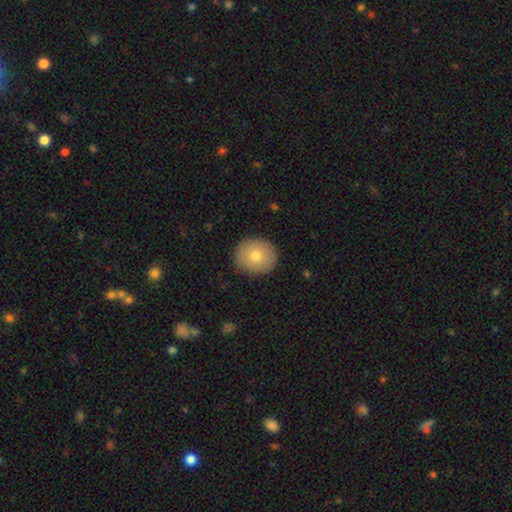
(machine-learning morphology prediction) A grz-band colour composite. It shows a smooth galaxy with no disk features (76%) that is round (81%). Merging: none (89%).